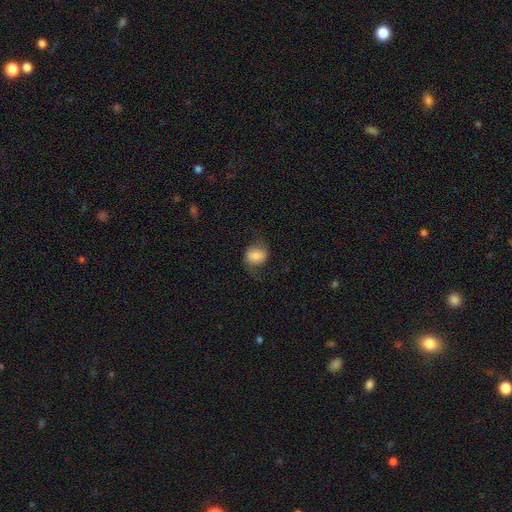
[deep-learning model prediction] Morphology: type=smooth (64%); roundness=round (53%); merging=none (66%).